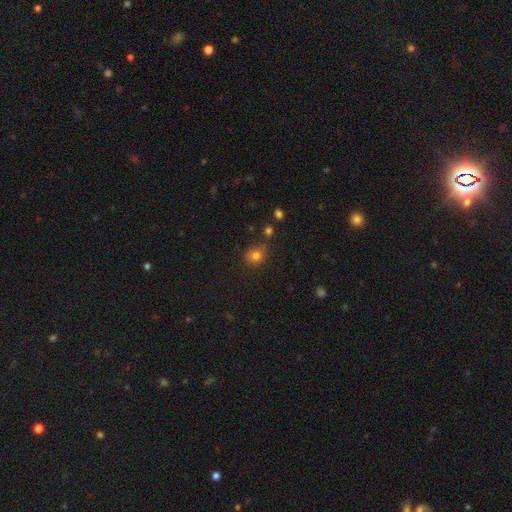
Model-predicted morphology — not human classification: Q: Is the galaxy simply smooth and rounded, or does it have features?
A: smooth — 78%.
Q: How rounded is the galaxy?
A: round — 73%.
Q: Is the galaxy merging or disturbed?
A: none — 71%.